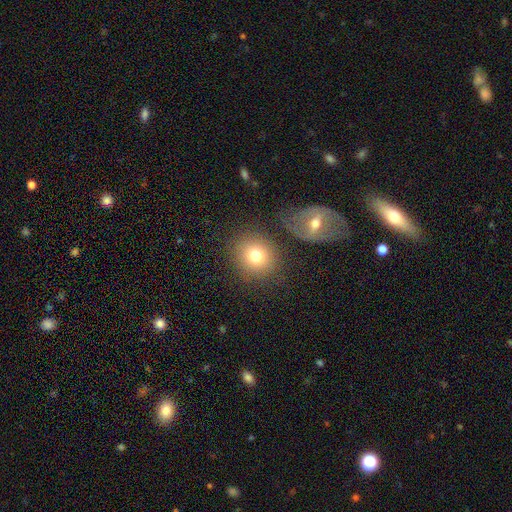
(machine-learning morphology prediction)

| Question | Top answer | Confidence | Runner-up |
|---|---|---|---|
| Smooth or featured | smooth | 77% | featured or disk (13%) |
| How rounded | round | 83% | in between (16%) |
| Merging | none | 74% | minor disturbance (11%) |